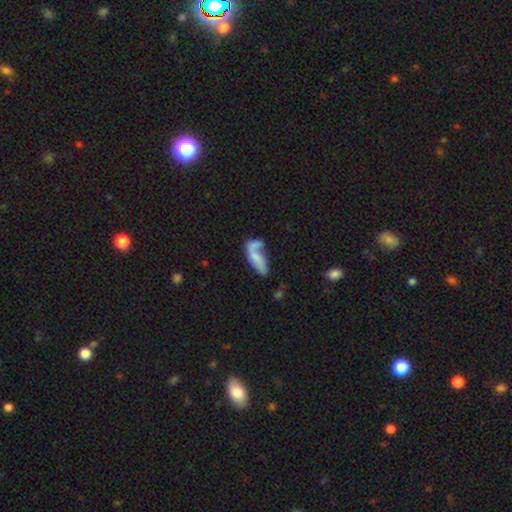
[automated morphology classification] A smooth galaxy with no disk features (58%) that is in between round and cigar-shaped (58%). Merging: merger (34%).